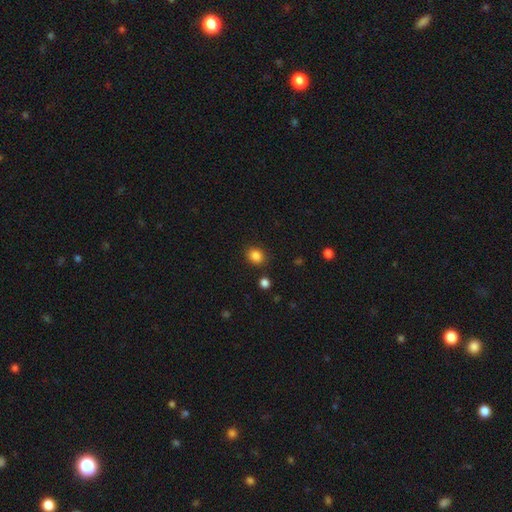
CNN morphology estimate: Smooth or featured? smooth (85%)
How rounded? round (66%)
Merging? none (86%)